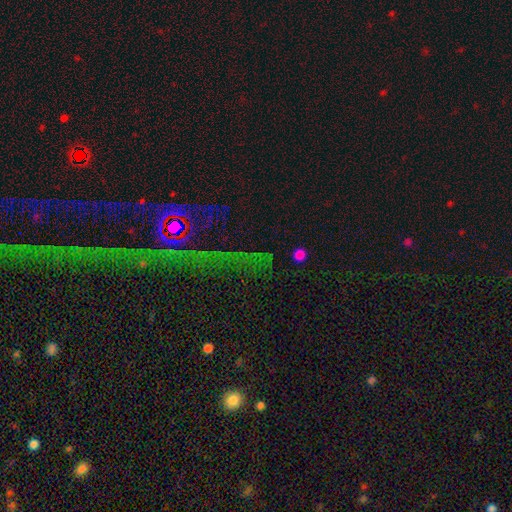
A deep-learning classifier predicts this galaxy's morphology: A star or artifact, not a galaxy (78%).